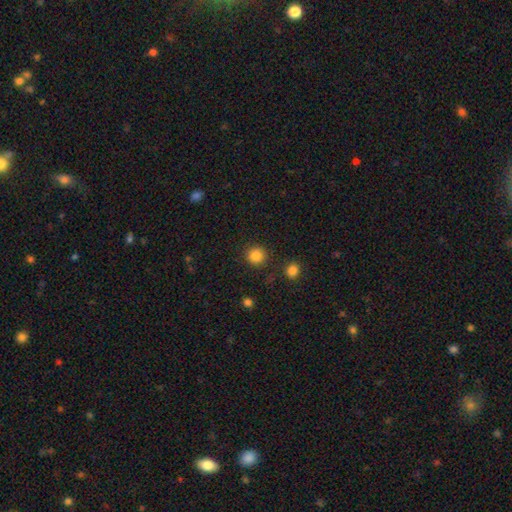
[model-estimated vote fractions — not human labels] smooth-or-featured: smooth: 86% | star or artifact: 11% | featured or disk: 3%
  how-rounded: round: 93% | in between: 6% | cigar-shaped: 1%
  merging: none: 88% | minor disturbance: 6% | major disturbance: 3% | merger: 3%